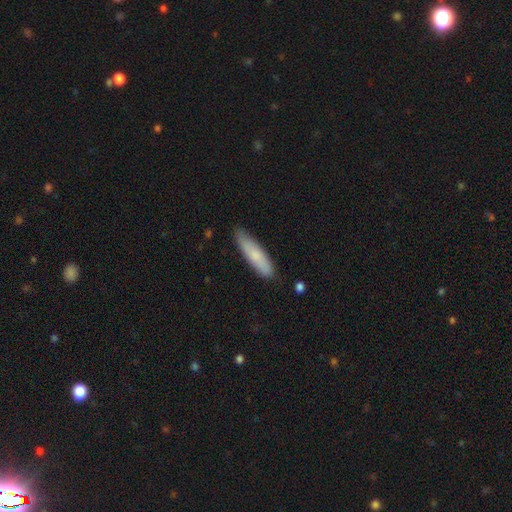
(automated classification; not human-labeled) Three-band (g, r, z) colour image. It shows a smooth galaxy with no disk features (76%) that is cigar-shaped (72%). Merging: none (81%).